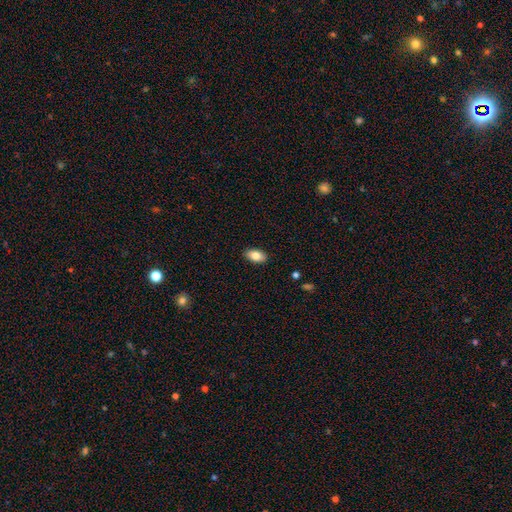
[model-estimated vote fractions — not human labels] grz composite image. It shows a smooth galaxy with no disk features (82%) that is in between round and cigar-shaped (92%). Merging: none (89%).